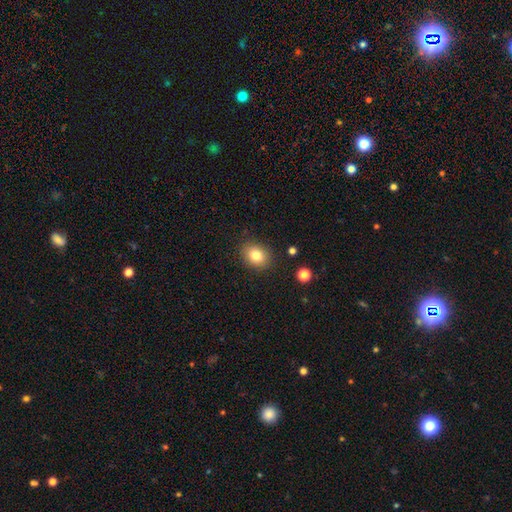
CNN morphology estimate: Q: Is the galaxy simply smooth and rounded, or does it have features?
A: smooth — 81%.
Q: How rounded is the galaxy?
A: round — 50%.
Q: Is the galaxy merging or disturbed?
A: none — 87%.